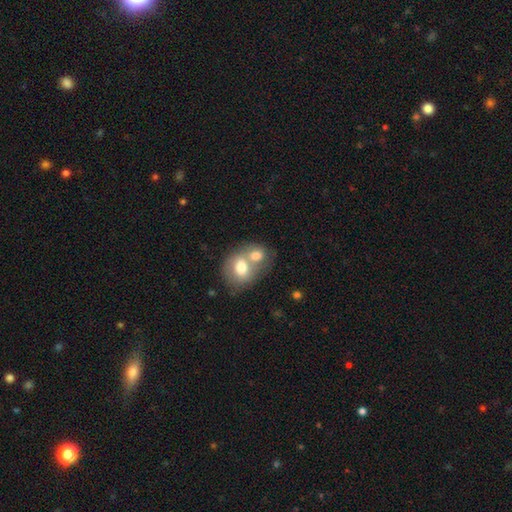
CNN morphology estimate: Smooth or featured? smooth (71%)
How rounded? round (51%)
Merging? merger (68%)